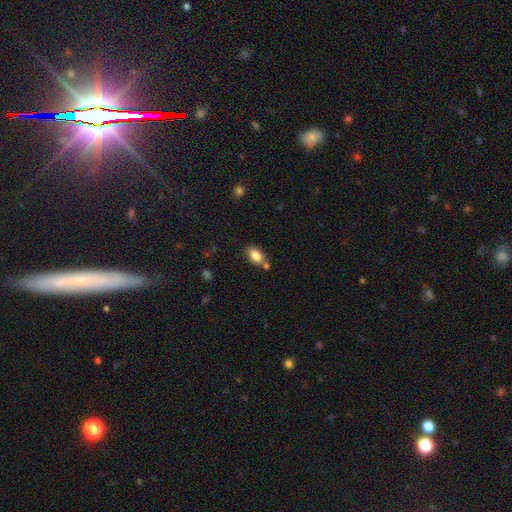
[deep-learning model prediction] This is clearly a smooth galaxy (84%). How rounded: clearly in between (90%). Merging: likely none (69%).